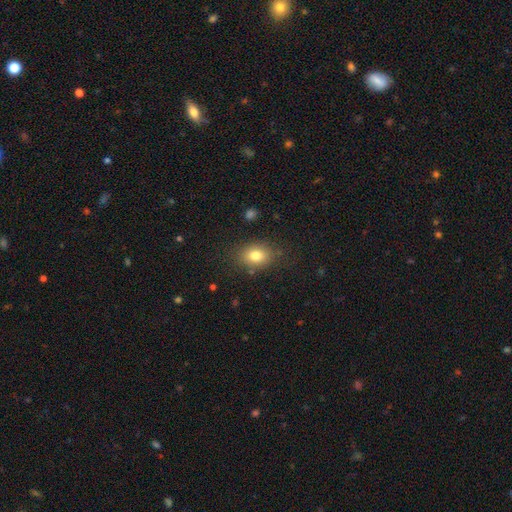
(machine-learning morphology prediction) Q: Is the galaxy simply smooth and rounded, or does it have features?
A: smooth — 79%.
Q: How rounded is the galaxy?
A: in between — 63%.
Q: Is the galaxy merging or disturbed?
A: none — 82%.